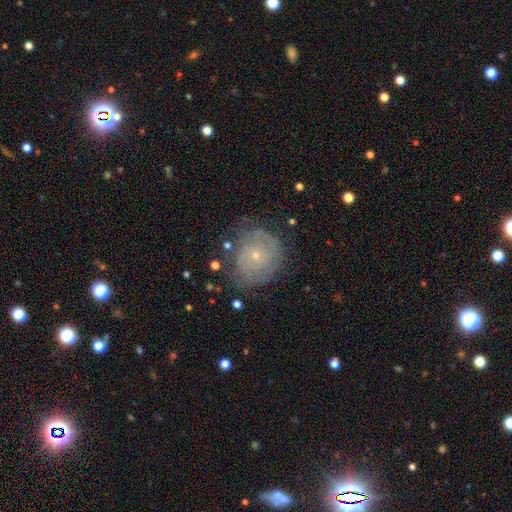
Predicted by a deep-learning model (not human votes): This appears to be a featured or disk galaxy (65%) with no bar (84%), spiral arms (79%) and a small central bulge (81%). Merging: none (69%).